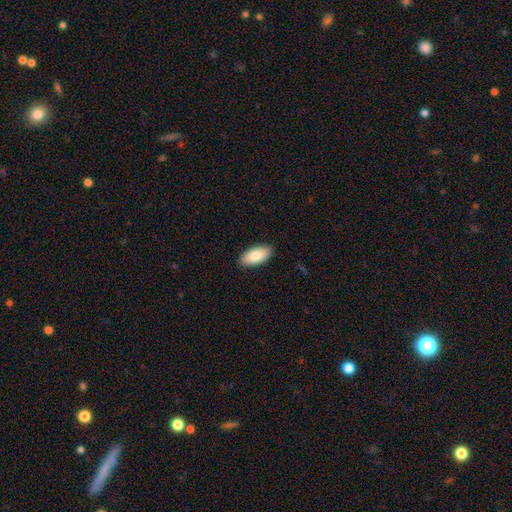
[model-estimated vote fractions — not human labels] Morphology: type=smooth (83%); roundness=in between (92%); merging=none (89%).